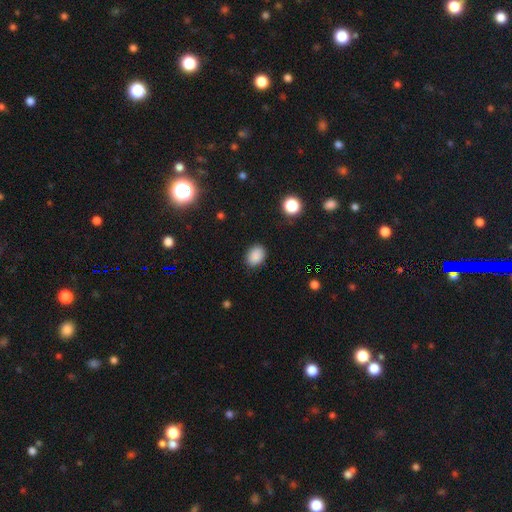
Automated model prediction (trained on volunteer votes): smooth 87%, star or artifact 10%, featured or disk 3%. Down the decision tree: how rounded — in between (65%); merging — none (87%).